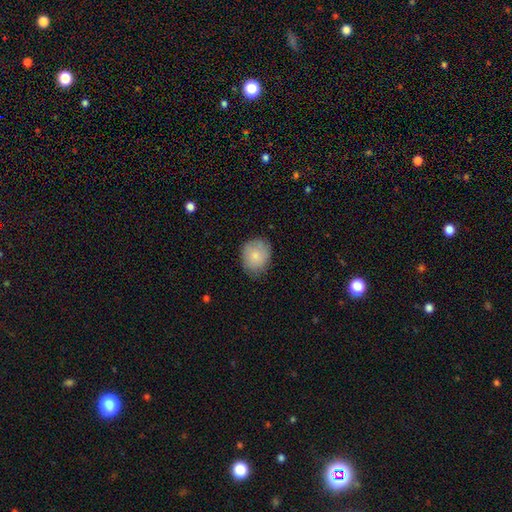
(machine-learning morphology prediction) A smooth galaxy with no disk features (80%) that is round (62%). Merging: none (73%).